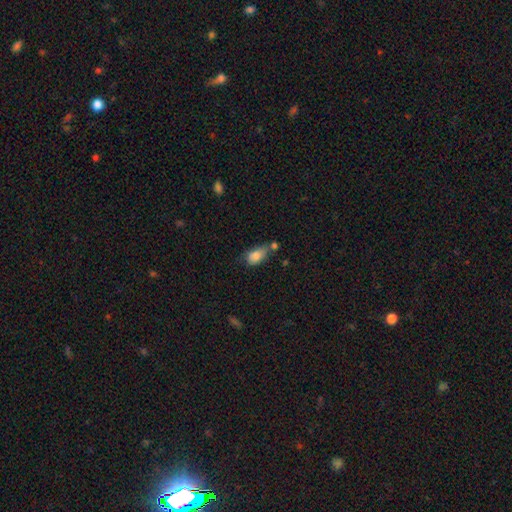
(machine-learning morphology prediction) smooth 81%, featured or disk 11%, star or artifact 8%. Down the decision tree: how rounded — in between (87%); merging — none (37%).